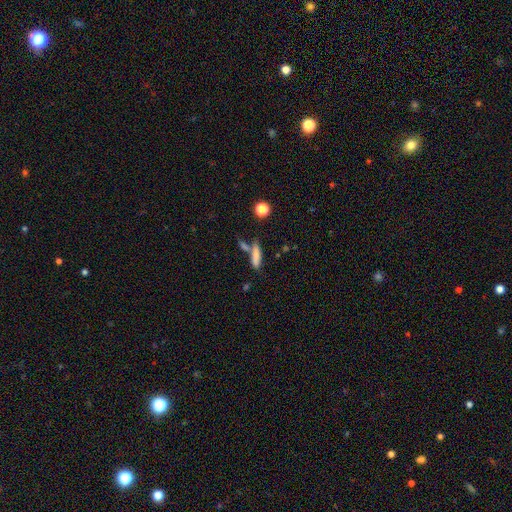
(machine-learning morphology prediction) This appears to be a smooth galaxy with no disk features (77%) that is cigar-shaped (68%). Merging: none (54%).